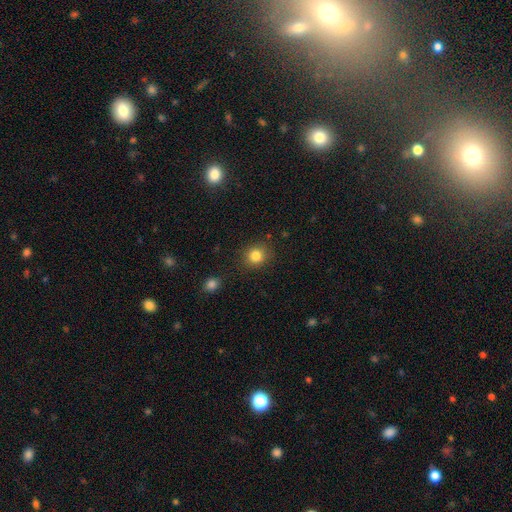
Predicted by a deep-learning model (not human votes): smooth 83%, star or artifact 11%, featured or disk 6%. Down the decision tree: how rounded — round (81%); merging — none (85%).